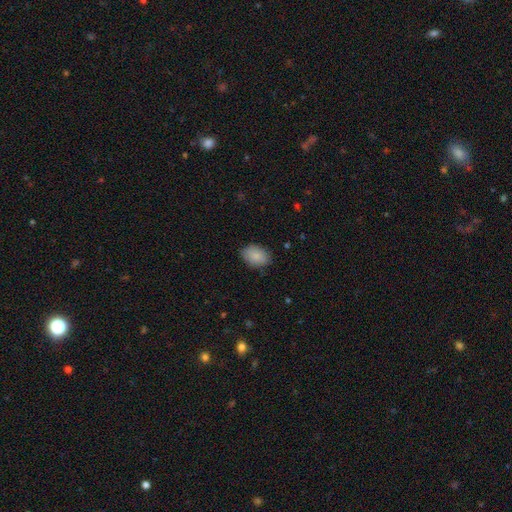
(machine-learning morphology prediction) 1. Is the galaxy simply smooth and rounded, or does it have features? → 87% smooth, 7% featured or disk, 7% star or artifact.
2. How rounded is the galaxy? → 81% in between, 17% round, 1% cigar-shaped.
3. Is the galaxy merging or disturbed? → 82% none, 14% minor disturbance, 3% major disturbance, 1% merger.